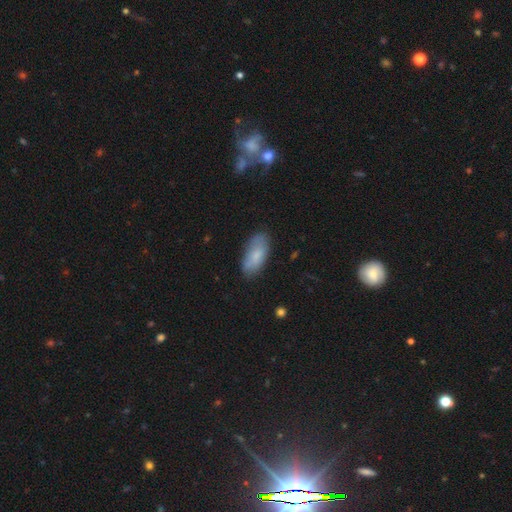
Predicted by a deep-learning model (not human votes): This is likely a smooth galaxy (78%). How rounded: clearly in between (89%). Merging: likely none (76%).